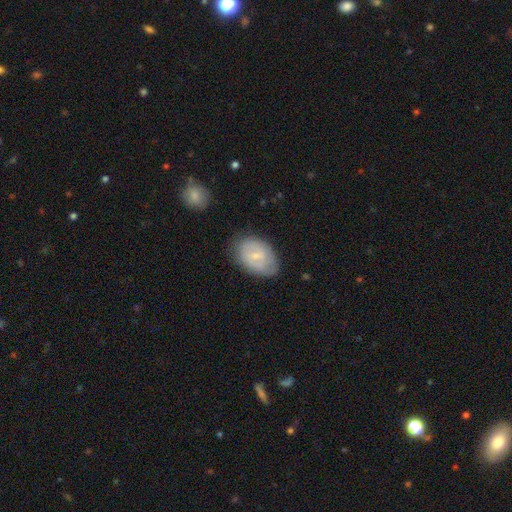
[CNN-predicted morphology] Smooth or featured? smooth (47%)
Merging? none (75%)